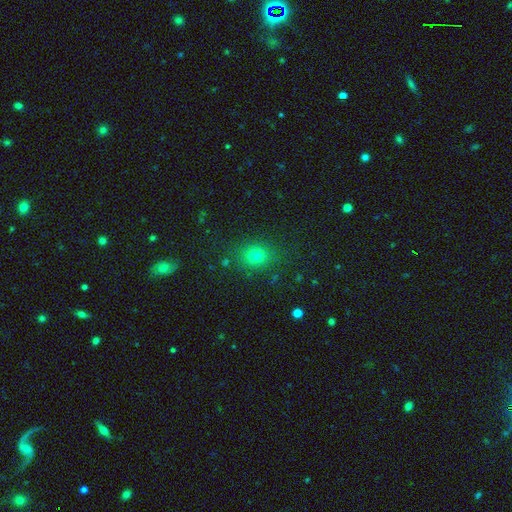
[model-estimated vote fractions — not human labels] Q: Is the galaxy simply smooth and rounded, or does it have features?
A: smooth — 76%.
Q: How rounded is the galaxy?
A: round — 66%.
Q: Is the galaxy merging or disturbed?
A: none — 83%.